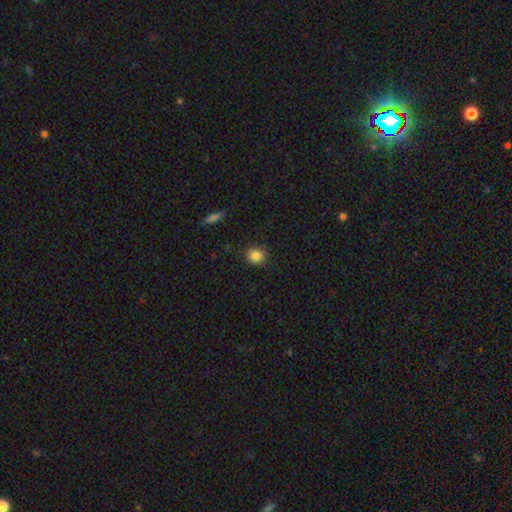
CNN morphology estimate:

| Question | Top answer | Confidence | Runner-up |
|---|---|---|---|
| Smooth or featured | smooth | 85% | star or artifact (10%) |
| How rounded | round | 85% | in between (14%) |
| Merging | none | 87% | minor disturbance (9%) |